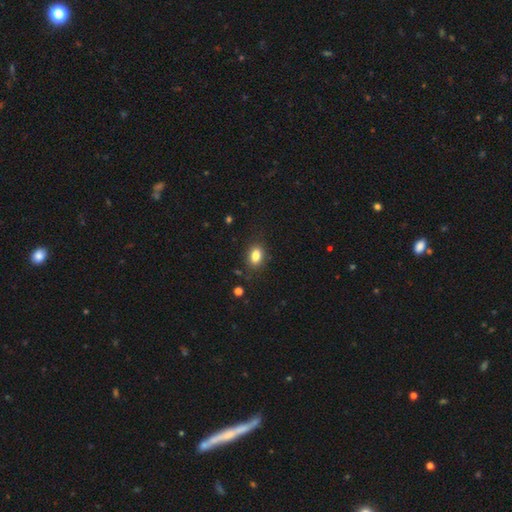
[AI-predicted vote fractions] This appears to be a smooth galaxy with no disk features (84%) that is in between round and cigar-shaped (79%). Merging: none (84%).